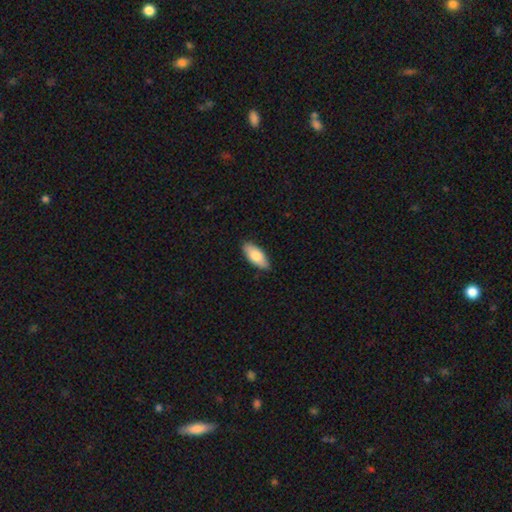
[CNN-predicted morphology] Smooth or featured: smooth — 79% (featured or disk — 15%)
How rounded: in between — 88% (cigar-shaped — 10%)
Merging: none — 88% (minor disturbance — 10%)